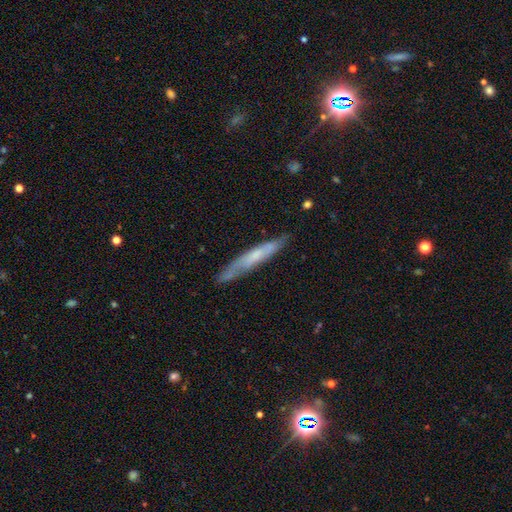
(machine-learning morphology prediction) A featured or disk galaxy (49%). Merging: none (80%).